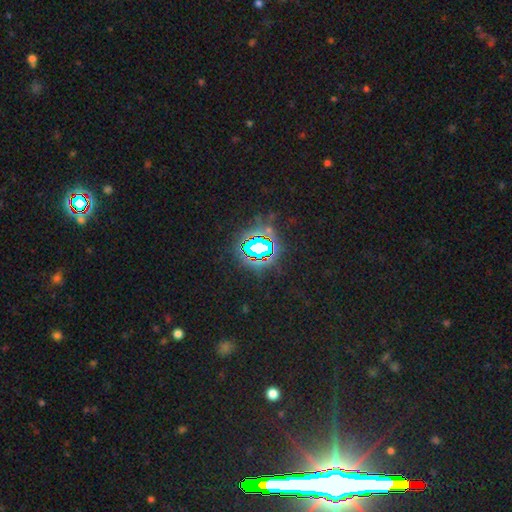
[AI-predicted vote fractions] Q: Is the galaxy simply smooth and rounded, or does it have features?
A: star or artifact — 78%.